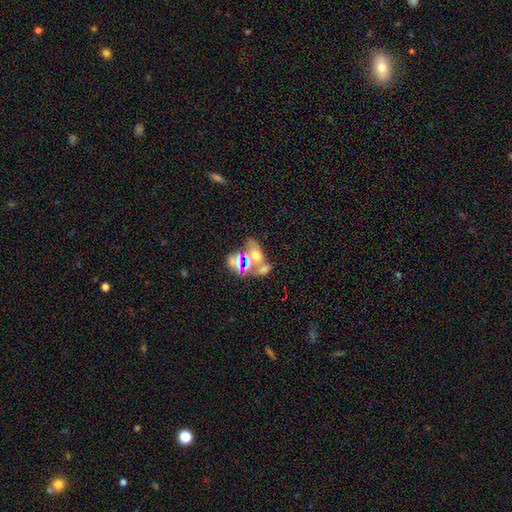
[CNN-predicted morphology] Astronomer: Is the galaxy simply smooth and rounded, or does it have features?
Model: smooth — 46% (runner-up: star or artifact, 27%).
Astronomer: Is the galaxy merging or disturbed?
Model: merger — 58%.